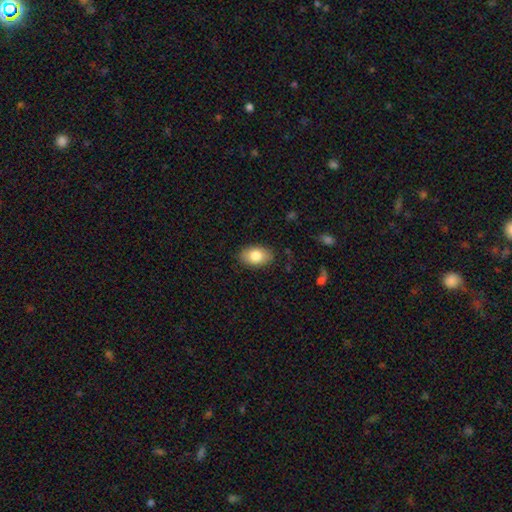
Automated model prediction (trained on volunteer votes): This appears to be a smooth galaxy with no disk features (80%) that is in between round and cigar-shaped (89%). Merging: none (86%).